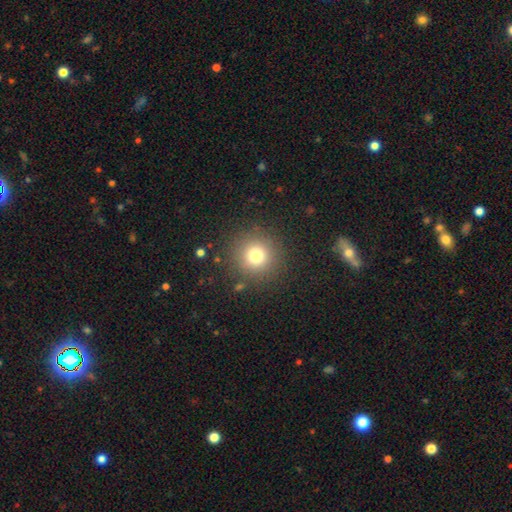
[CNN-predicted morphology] smooth 76%, star or artifact 15%, featured or disk 9%. Down the decision tree: how rounded — round (95%); merging — none (88%).